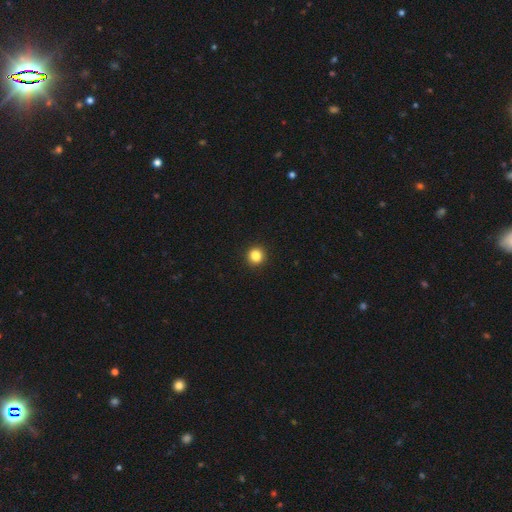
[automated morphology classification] Smooth or featured? Predicted: smooth (p=0.84). How rounded? Predicted: round (p=0.93). Merging? Predicted: none (p=0.94).